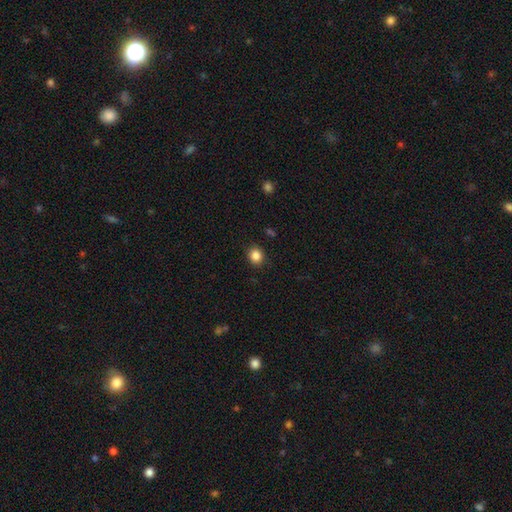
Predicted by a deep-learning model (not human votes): smooth 85%, star or artifact 11%, featured or disk 4%. Down the decision tree: how rounded — round (75%); merging — none (89%).